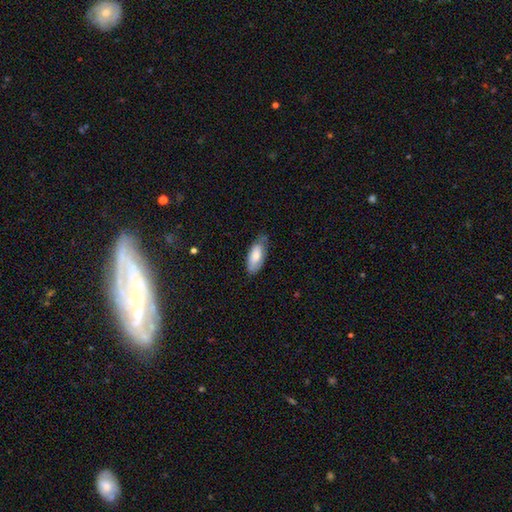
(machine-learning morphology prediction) The model was most divided on "merging": none: 63%, minor disturbance: 30%, major disturbance: 5%, merger: 2%. More confident: how rounded — in between (86%); smooth or featured — smooth (75%).